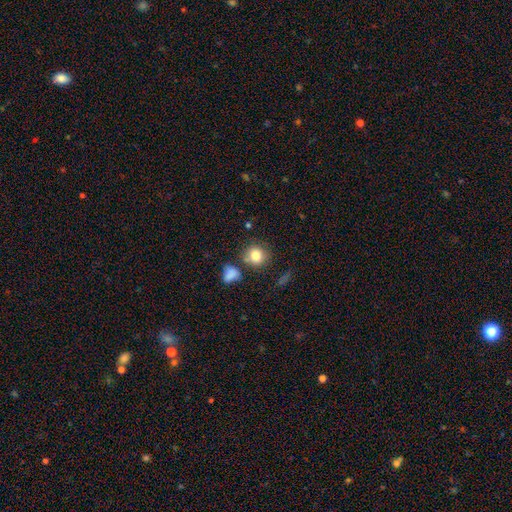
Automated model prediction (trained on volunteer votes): Smooth or featured?
  - smooth: 81% *
  - star or artifact: 11%
  - featured or disk: 8%
How rounded?
  - round: 83% *
  - in between: 16%
  - cigar-shaped: 1%
Merging?
  - none: 70% *
  - minor disturbance: 13%
  - merger: 12%
  - major disturbance: 5%